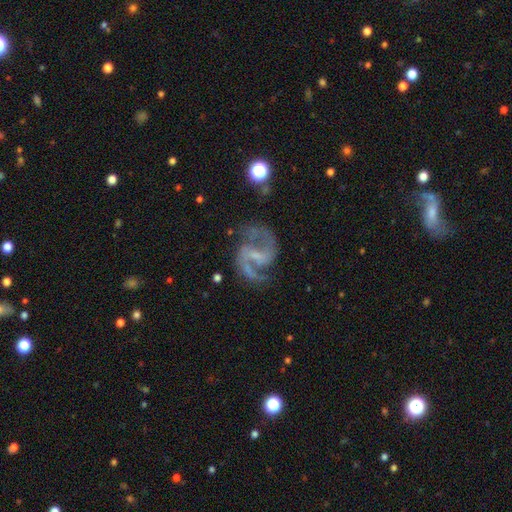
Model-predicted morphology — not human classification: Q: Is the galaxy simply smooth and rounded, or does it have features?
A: featured or disk — 90%.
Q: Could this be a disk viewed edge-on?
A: no — 98%.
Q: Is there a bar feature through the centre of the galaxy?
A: weak — 49%.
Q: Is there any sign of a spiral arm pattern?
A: yes — 97%.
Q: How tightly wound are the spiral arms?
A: medium — 59%.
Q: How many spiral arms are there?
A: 2 — 93%.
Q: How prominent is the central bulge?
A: small — 52%.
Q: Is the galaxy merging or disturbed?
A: none — 73%.